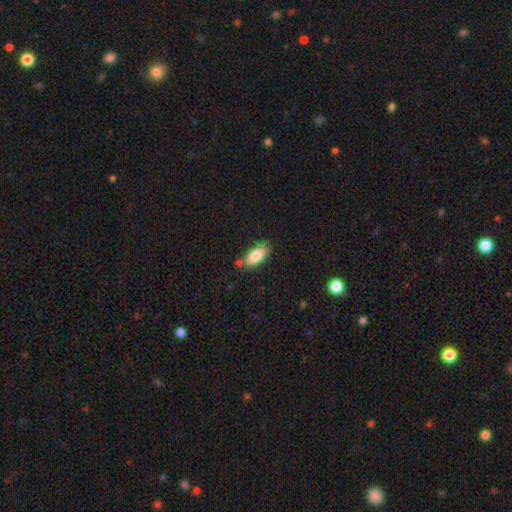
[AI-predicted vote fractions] Q: Smooth or featured?
A: smooth (81%); runner-up: featured or disk (13%)
Q: How rounded?
A: in between (86%); runner-up: cigar-shaped (12%)
Q: Merging?
A: none (75%); runner-up: minor disturbance (16%)